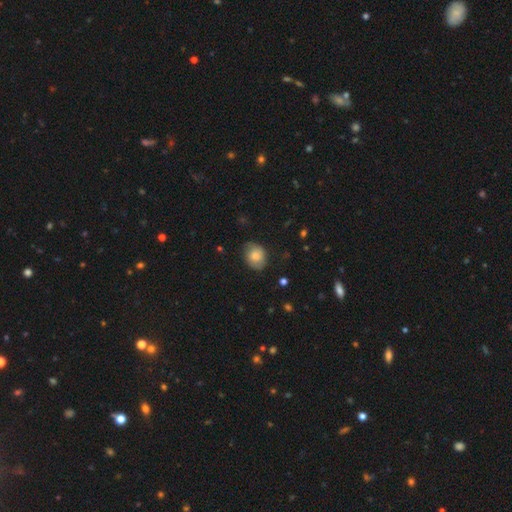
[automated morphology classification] smooth-or-featured: smooth: 79% | featured or disk: 13% | star or artifact: 8%
  how-rounded: in between: 57% | round: 42% | cigar-shaped: 1%
  merging: none: 77% | minor disturbance: 18% | major disturbance: 4% | merger: 1%